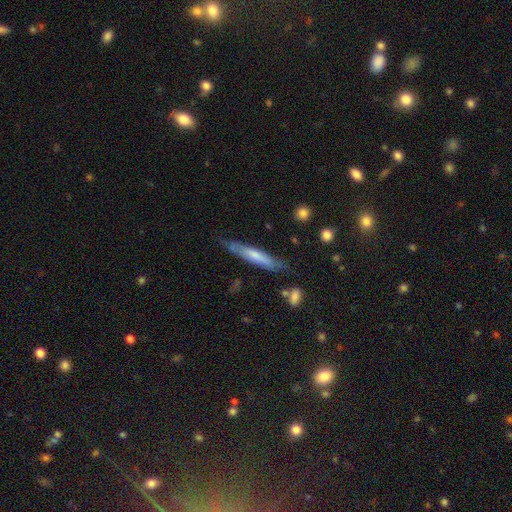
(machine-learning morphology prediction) Overall: smooth (53%; featured or disk 42%). How rounded: cigar-shaped (89%). Merging: none (68%).